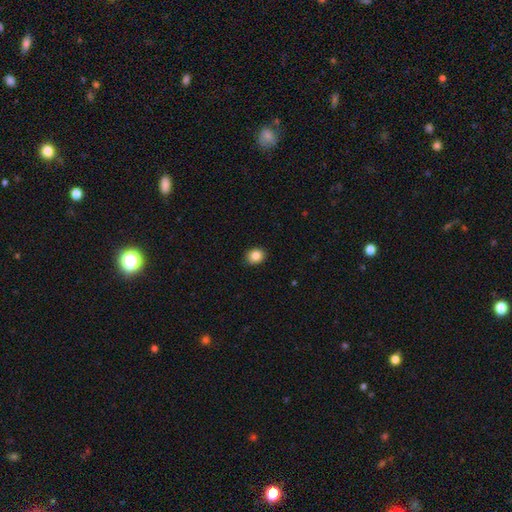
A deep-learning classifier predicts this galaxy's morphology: A smooth galaxy with no disk features (85%) that is round (58%).

Vote fractions:
- Smooth or featured? smooth: 85% / star or artifact: 9% / featured or disk: 5%
- How rounded? round: 58% / in between: 41% / cigar-shaped: 1%
- Merging? none: 86% / minor disturbance: 11% / major disturbance: 2% / merger: 1%